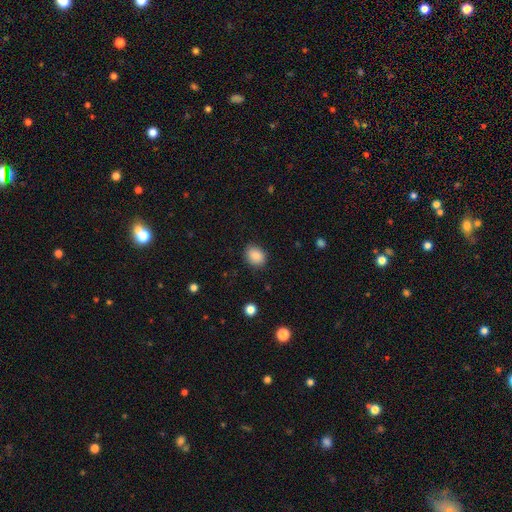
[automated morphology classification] smooth_or_featured: smooth (p=0.86) [alt: star or artifact p=0.08]
how_rounded: in between (p=0.53) [alt: round p=0.47]
merging: none (p=0.85) [alt: minor disturbance p=0.11]